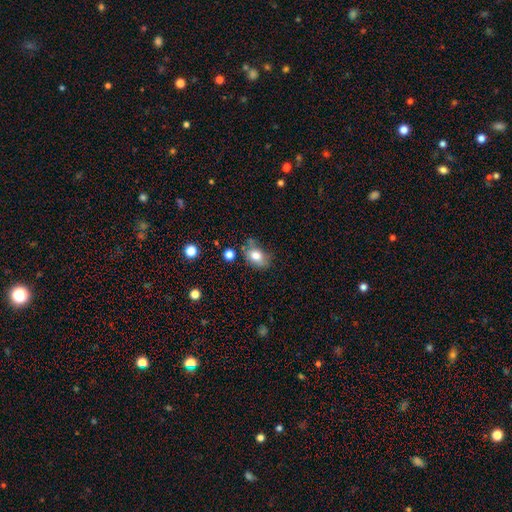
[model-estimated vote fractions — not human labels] The model was most divided on "merging": none: 55%, minor disturbance: 28%, major disturbance: 9%, merger: 8%. More confident: smooth or featured — smooth (78%); how rounded — in between (73%).